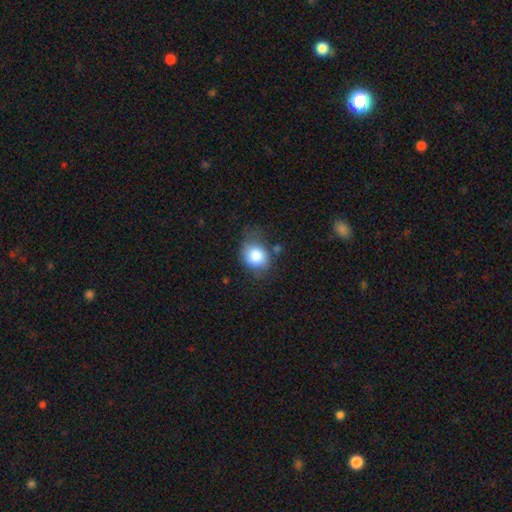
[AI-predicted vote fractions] The model was most divided on "how rounded": round: 60%, in between: 39%, cigar-shaped: 1%. More confident: smooth or featured — smooth (84%); merging — none (54%).